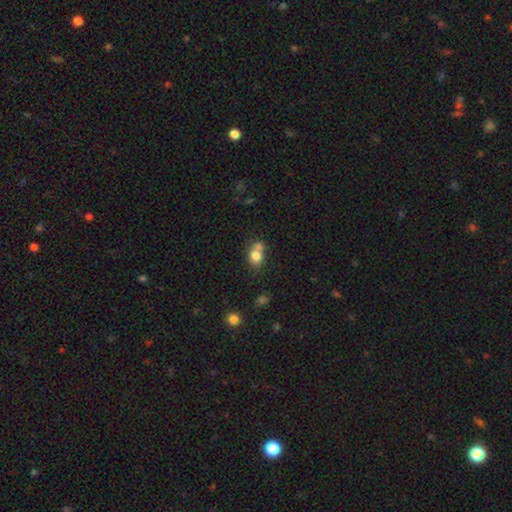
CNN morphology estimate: This is likely a smooth galaxy (77%). How rounded: possibly round (59%). Merging: possibly merger (46%).